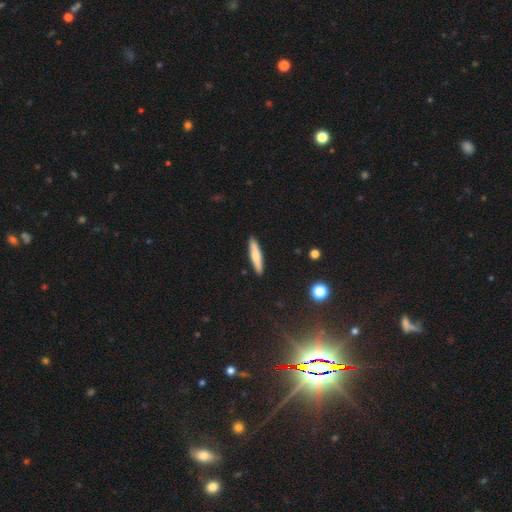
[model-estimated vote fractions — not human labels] This appears to be a smooth galaxy with no disk features (67%) that is cigar-shaped (87%). Merging: none (91%).